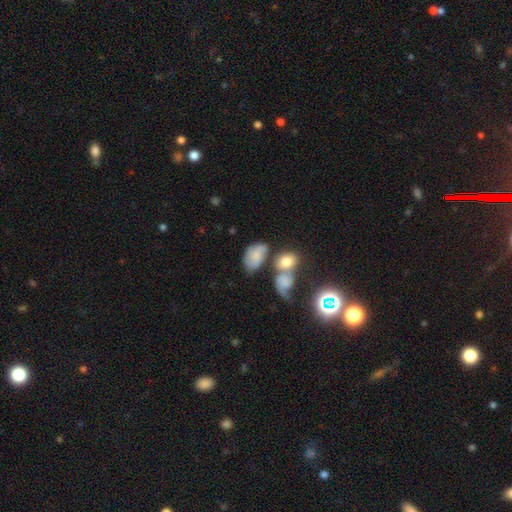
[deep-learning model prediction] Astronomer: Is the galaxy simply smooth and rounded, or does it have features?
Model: smooth — 54% (runner-up: featured or disk, 35%).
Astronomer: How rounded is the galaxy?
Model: in between — 85%.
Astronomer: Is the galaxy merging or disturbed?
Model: none — 35% (runner-up: merger, 33%).